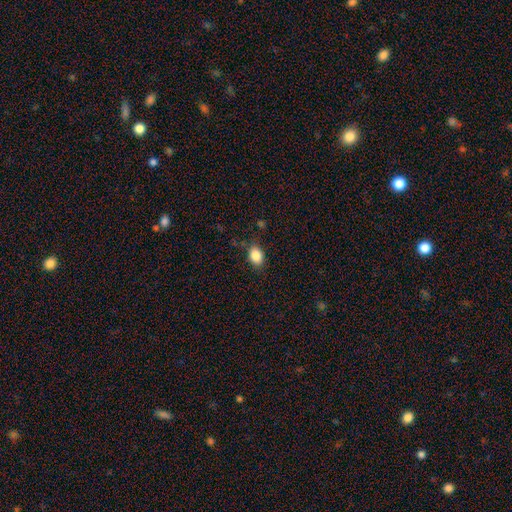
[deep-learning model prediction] smooth_or_featured: smooth (p=0.86) [alt: star or artifact p=0.09]
how_rounded: in between (p=0.75) [alt: round p=0.24]
merging: none (p=0.82) [alt: minor disturbance p=0.13]